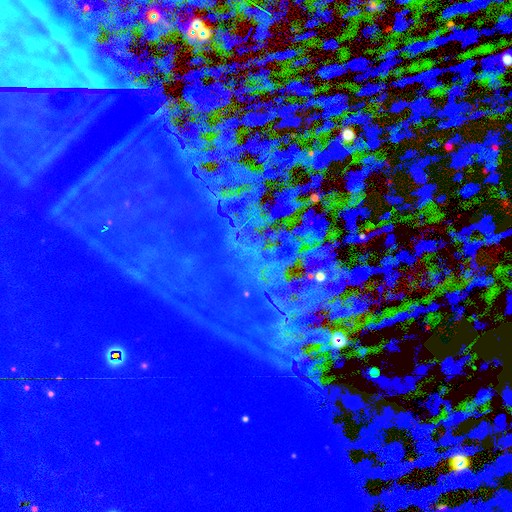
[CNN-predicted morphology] Overall: star or artifact (86%).